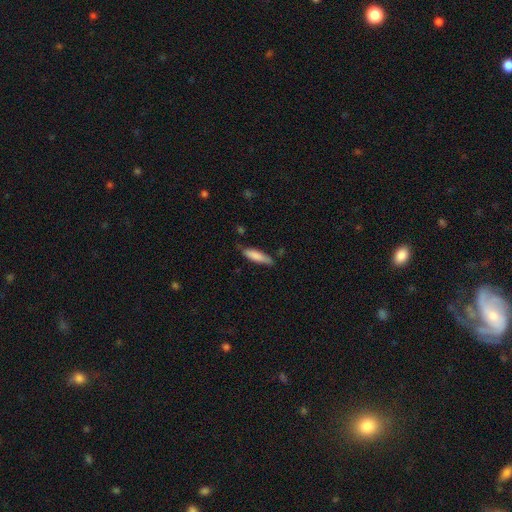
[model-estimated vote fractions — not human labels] Smooth or featured? Predicted: smooth (p=0.82). How rounded? Predicted: cigar-shaped (p=0.66). Merging? Predicted: none (p=0.72).